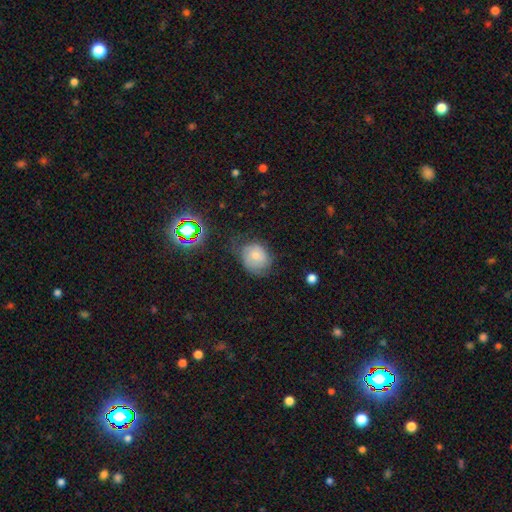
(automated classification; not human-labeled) This appears to be a smooth galaxy with no disk features (56%) that is round (66%). Merging: none (48%).